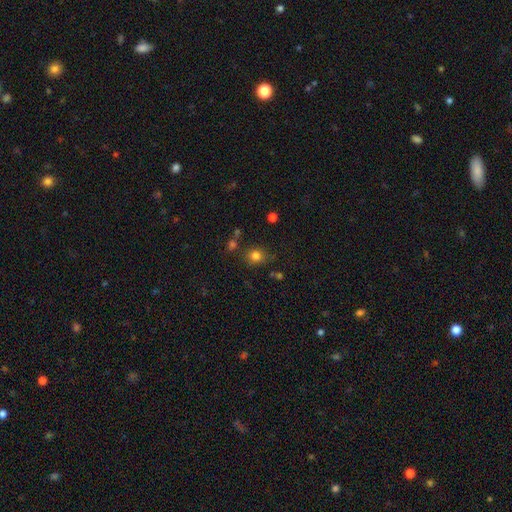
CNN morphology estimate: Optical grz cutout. It shows a smooth galaxy with no disk features (79%) that is round (73%). Merging: none (78%).